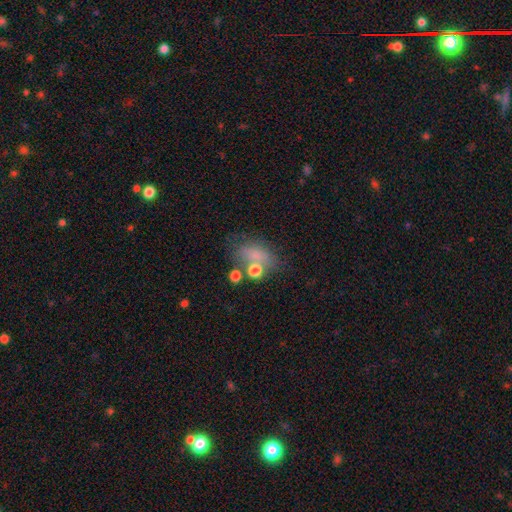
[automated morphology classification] Q: Smooth or featured?
A: smooth (62%); runner-up: star or artifact (19%)
Q: How rounded?
A: in between (74%); runner-up: round (22%)
Q: Merging?
A: none (44%); runner-up: minor disturbance (21%)